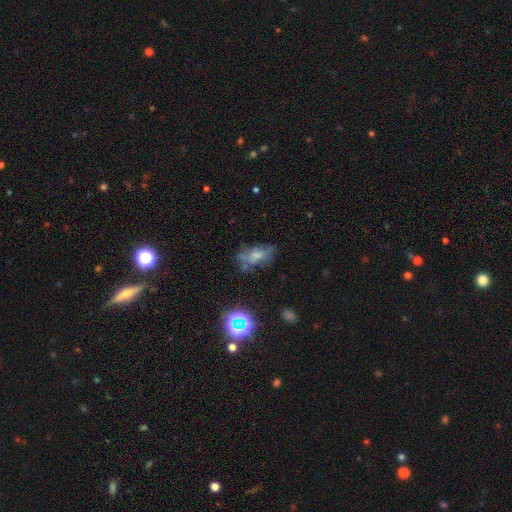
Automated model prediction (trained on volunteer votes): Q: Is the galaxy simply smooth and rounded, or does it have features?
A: smooth — 45%.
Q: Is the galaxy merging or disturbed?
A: none — 50%.